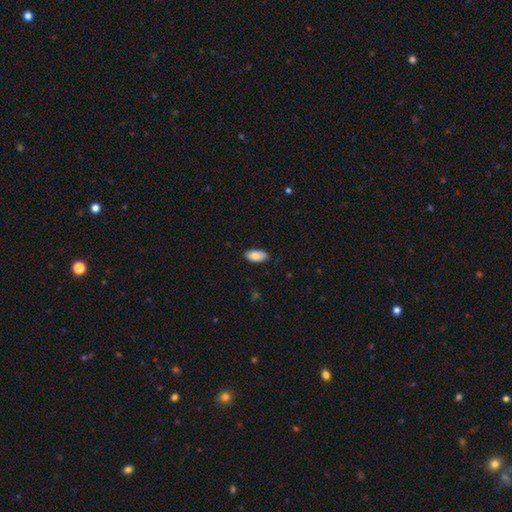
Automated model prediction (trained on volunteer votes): A smooth galaxy with no disk features (84%) that is in between round and cigar-shaped (93%). Merging: none (85%).